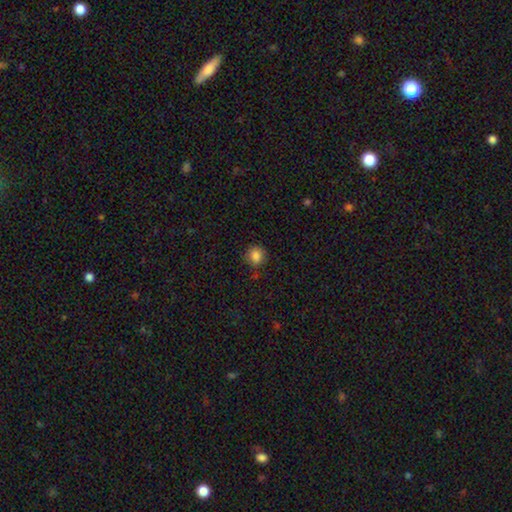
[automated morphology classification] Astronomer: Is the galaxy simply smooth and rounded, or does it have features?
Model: smooth — 85%.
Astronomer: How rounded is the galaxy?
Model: round — 80%.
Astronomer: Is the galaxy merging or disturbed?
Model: none — 83%.